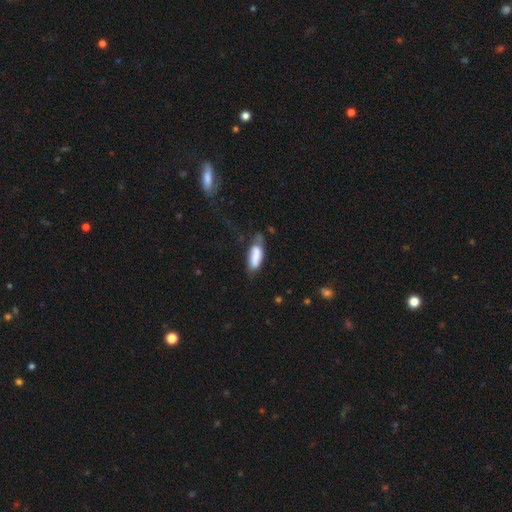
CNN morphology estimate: Smooth or featured? Predicted: smooth (p=0.76). How rounded? Predicted: in between (p=0.68). Merging? Predicted: none (p=0.44).